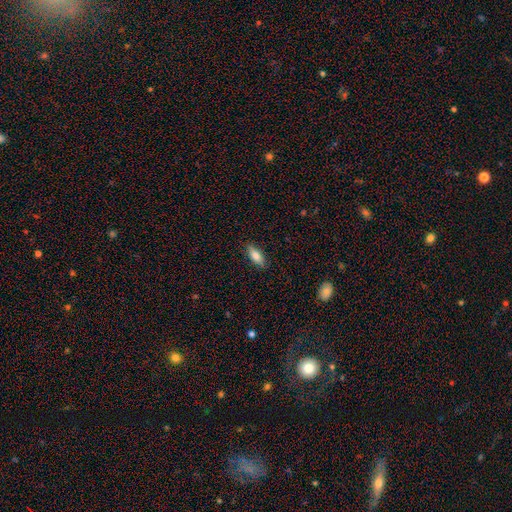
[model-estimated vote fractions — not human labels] Overall: smooth (78%). How rounded: in between (69%). Merging: none (85%).